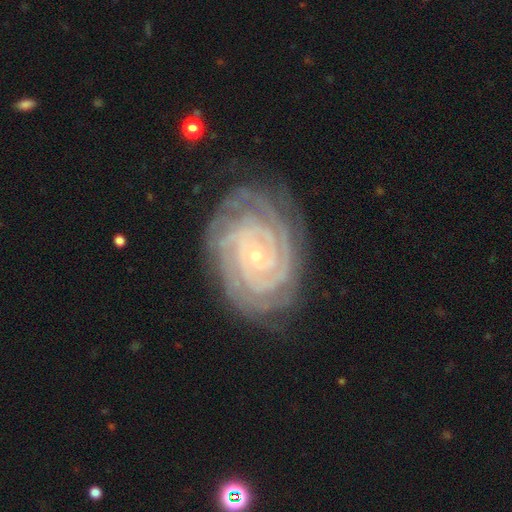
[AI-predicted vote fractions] Overall: featured or disk (92%). Edge-on disk: no (98%). Bar: no (70%). Spiral arms: yes (99%). Spiral arm count: 2 (22%; 4 21%). Spiral winding: tight (89%). Bulge size: small (86%). Merging: none (80%).